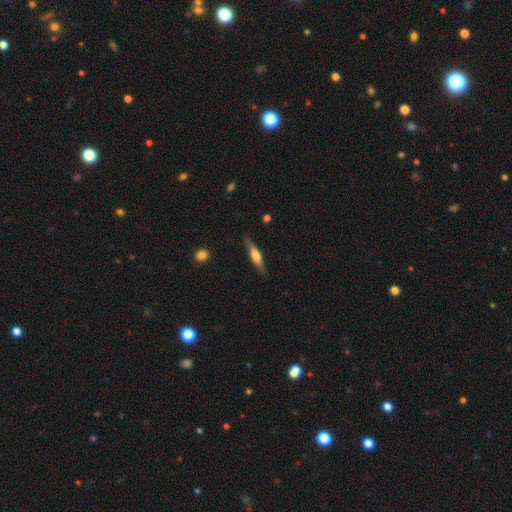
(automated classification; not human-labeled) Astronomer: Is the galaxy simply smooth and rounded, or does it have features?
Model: featured or disk — 52% (runner-up: smooth, 42%).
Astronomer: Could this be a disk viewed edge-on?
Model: yes — 93%.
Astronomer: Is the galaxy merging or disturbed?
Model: none — 83%.